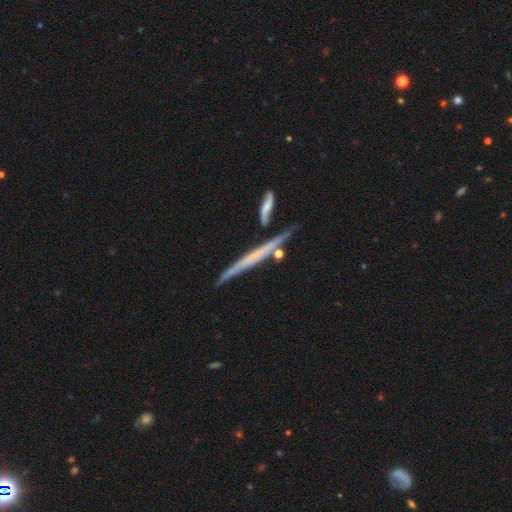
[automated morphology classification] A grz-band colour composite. It shows a featured or disk galaxy (63%) viewed edge-on (96%) with no central bulge (78%). Merging: none (76%).